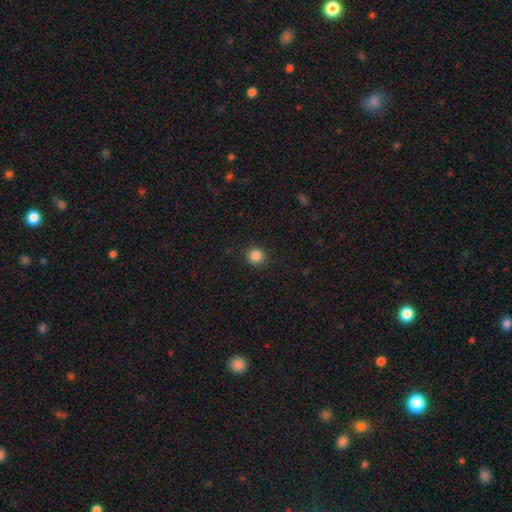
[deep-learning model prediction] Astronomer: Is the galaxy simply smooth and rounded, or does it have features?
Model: smooth — 86%.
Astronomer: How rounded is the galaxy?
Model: round — 91%.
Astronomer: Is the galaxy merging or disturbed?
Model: none — 90%.